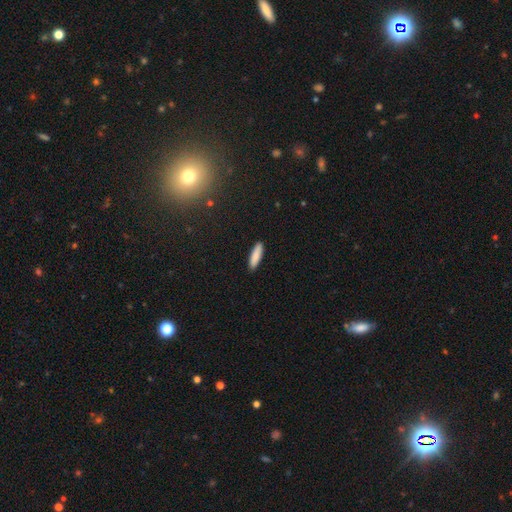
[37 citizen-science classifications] A smooth galaxy with no disk features (92%) that is cigar-shaped (85%). Merging: none (92%).